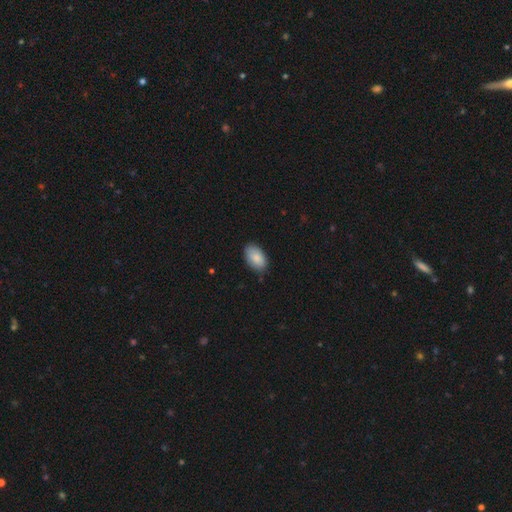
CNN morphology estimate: Q: Smooth or featured?
A: smooth (88%); runner-up: featured or disk (6%)
Q: How rounded?
A: in between (94%); runner-up: round (4%)
Q: Merging?
A: none (81%); runner-up: minor disturbance (15%)